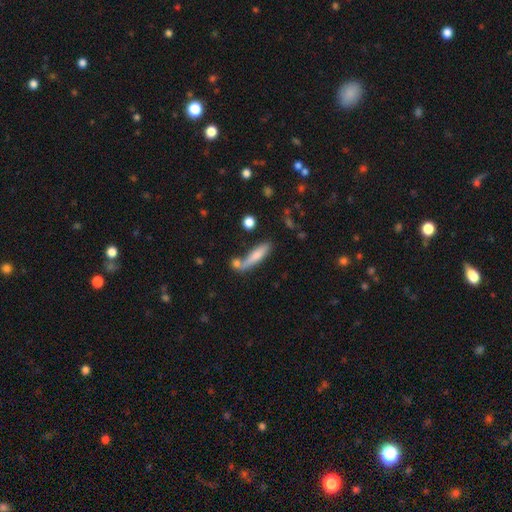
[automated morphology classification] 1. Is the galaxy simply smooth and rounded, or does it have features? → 69% smooth, 24% featured or disk, 7% star or artifact.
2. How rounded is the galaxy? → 78% cigar-shaped, 20% in between, 2% round.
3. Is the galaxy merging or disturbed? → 52% none, 24% merger, 16% minor disturbance, 7% major disturbance.